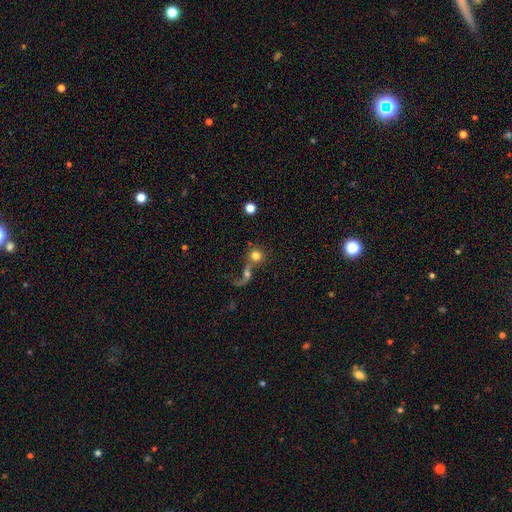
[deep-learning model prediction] A smooth galaxy with no disk features (72%) that is round (89%). Merging: merger (49%).